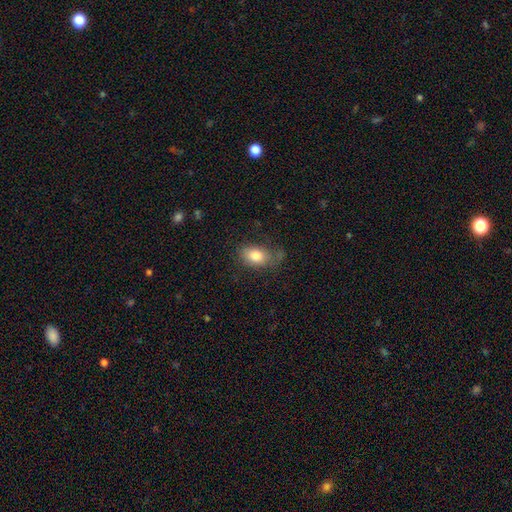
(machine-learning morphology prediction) smooth_or_featured: smooth (p=0.81) [alt: featured or disk p=0.11]
how_rounded: in between (p=0.86) [alt: round p=0.12]
merging: none (p=0.61) [alt: minor disturbance p=0.25]